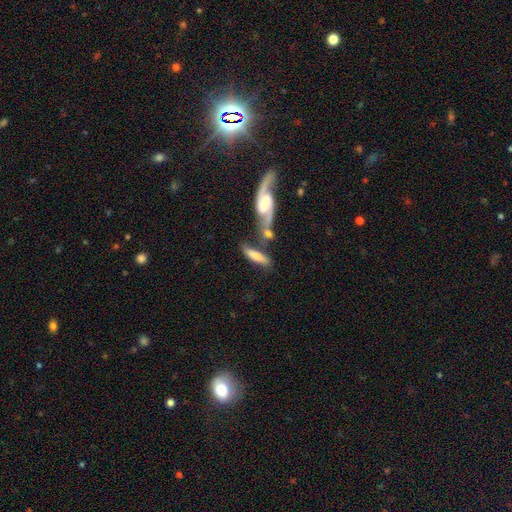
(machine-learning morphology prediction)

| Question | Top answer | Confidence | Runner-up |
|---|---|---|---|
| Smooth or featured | smooth | 58% | featured or disk (36%) |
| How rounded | cigar-shaped | 61% | in between (36%) |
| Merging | merger | 41% | none (38%) |